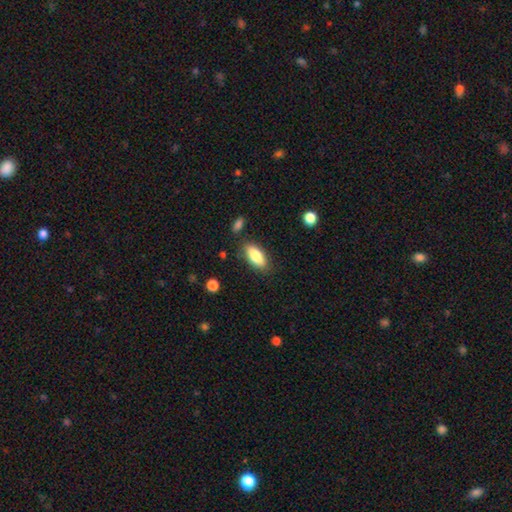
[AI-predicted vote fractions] smooth-or-featured: smooth: 84% | featured or disk: 9% | star or artifact: 7%
  how-rounded: in between: 83% | cigar-shaped: 15% | round: 2%
  merging: none: 82% | minor disturbance: 12% | major disturbance: 3% | merger: 3%